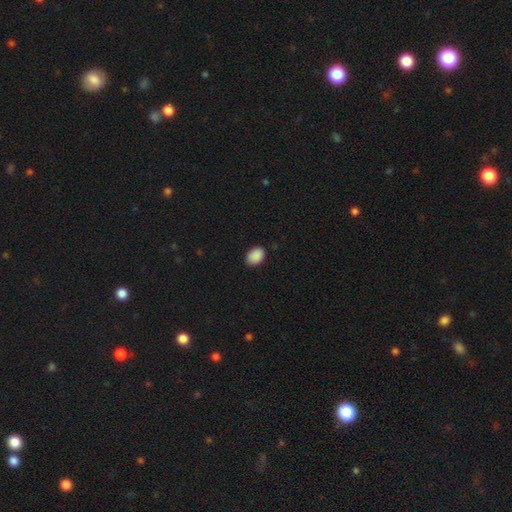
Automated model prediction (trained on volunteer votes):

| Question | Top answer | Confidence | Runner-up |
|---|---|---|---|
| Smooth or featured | smooth | 90% | star or artifact (8%) |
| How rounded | in between | 74% | round (25%) |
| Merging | none | 86% | minor disturbance (11%) |